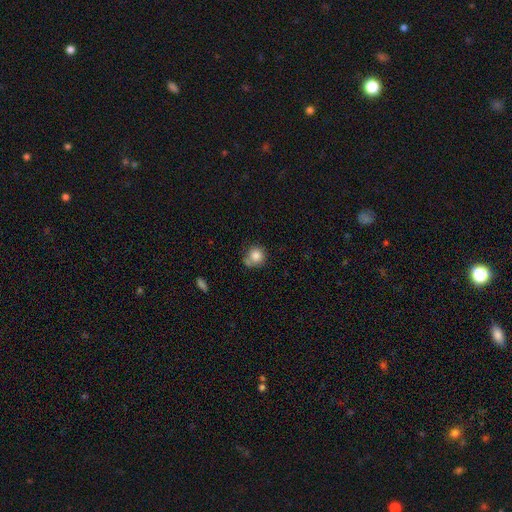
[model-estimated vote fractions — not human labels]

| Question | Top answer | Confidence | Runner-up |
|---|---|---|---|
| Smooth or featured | smooth | 83% | star or artifact (9%) |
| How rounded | round | 89% | in between (10%) |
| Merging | none | 56% | minor disturbance (19%) |